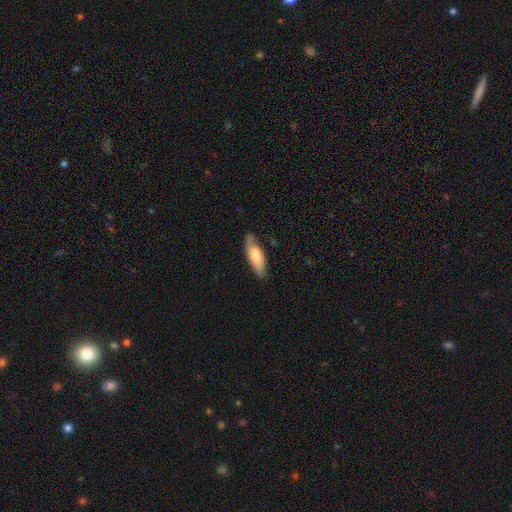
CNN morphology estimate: This is likely a smooth galaxy (66%). How rounded: likely in between (62%). Merging: likely none (70%).